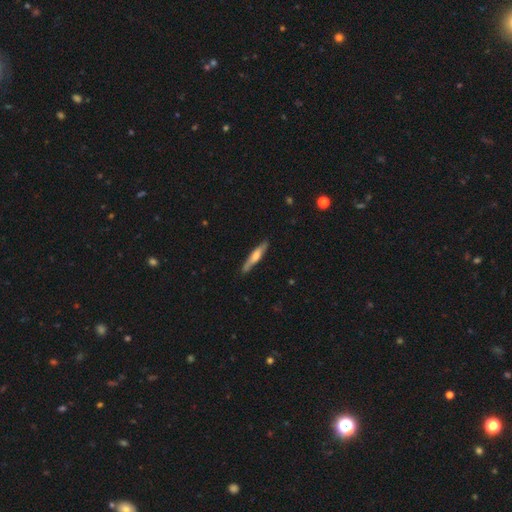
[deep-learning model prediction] Overall: smooth (48%; featured or disk 47%). Merging: none (85%).